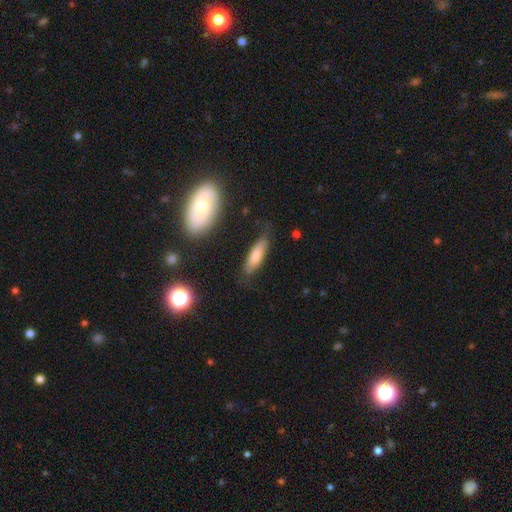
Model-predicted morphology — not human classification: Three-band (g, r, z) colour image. It shows a smooth galaxy with no disk features (72%) that is cigar-shaped (51%). Merging: none (74%).